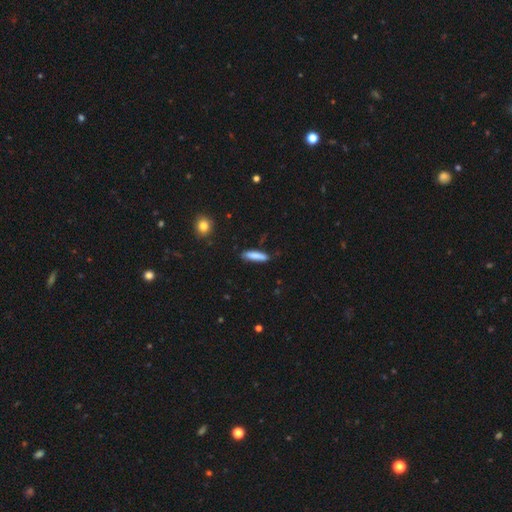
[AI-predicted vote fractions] smooth 83%, featured or disk 11%, star or artifact 6%. Down the decision tree: how rounded — cigar-shaped (83%); merging — none (83%).